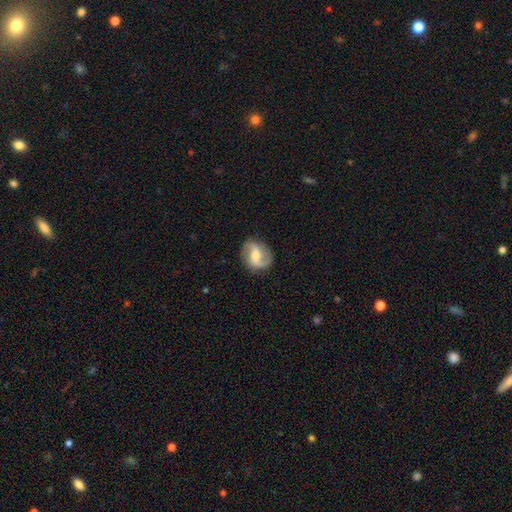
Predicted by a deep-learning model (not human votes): This is clearly a featured or disk galaxy (80%). It is clearly not viewed edge-on (97%). Bar: marginally weak (44%). Spiral arm pattern: clearly yes (94%). Spiral arm count: clearly 2 (91%). Spiral winding: marginally loose (45%). Central bulge: possibly moderate (55%). Merging: clearly none (85%).